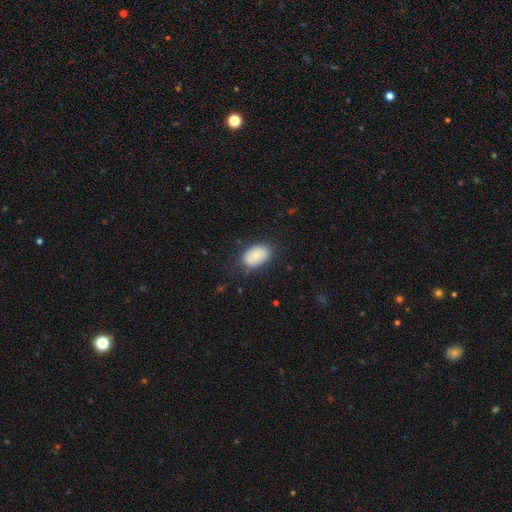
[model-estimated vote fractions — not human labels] Overall: smooth (79%). How rounded: in between (88%). Merging: none (78%).